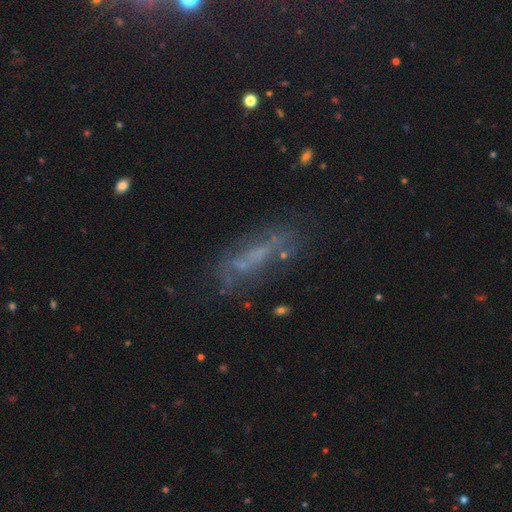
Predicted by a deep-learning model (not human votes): A featured or disk galaxy (50%).

Vote fractions:
- Smooth or featured? featured or disk: 50% / smooth: 30% / star or artifact: 20%
- Edge-on disk? no: 73% / yes: 27%
- Merging? none: 58% / minor disturbance: 20% / major disturbance: 16% / merger: 6%